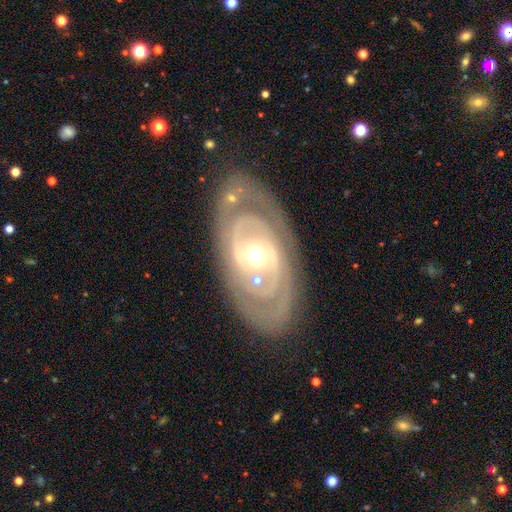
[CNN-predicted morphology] Smooth or featured?
  - featured or disk: 86% *
  - smooth: 10%
  - star or artifact: 4%
Edge-on disk?
  - no: 94% *
  - yes: 6%
Bar?
  - no: 62% *
  - weak: 25%
  - strong: 13%
Spiral arms?
  - yes: 82% *
  - no: 18%
Spiral winding?
  - tight: 68% *
  - medium: 25%
  - loose: 7%
Spiral arm count?
  - 2: 59% *
  - can't tell: 22%
  - 3: 9%
  - 1: 5%
  - 4: 3%
  - more than 4: 3%
Bulge size?
  - moderate: 62% *
  - small: 31%
  - large: 5%
  - dominant: 1%
  - none: 1%
Merging?
  - none: 79% *
  - minor disturbance: 13%
  - major disturbance: 6%
  - merger: 2%